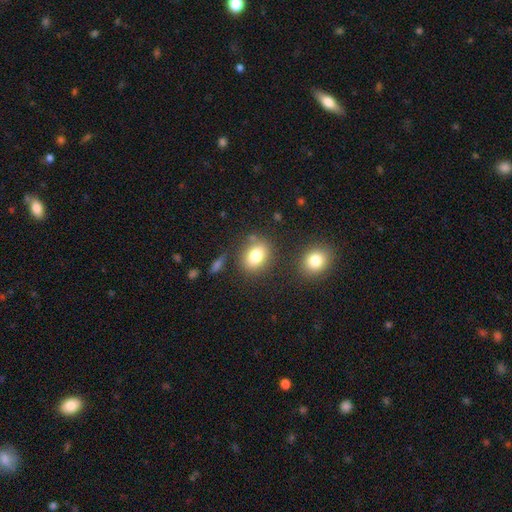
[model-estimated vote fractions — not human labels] This appears to be a smooth galaxy with no disk features (80%) that is in between round and cigar-shaped (62%). Merging: none (76%).